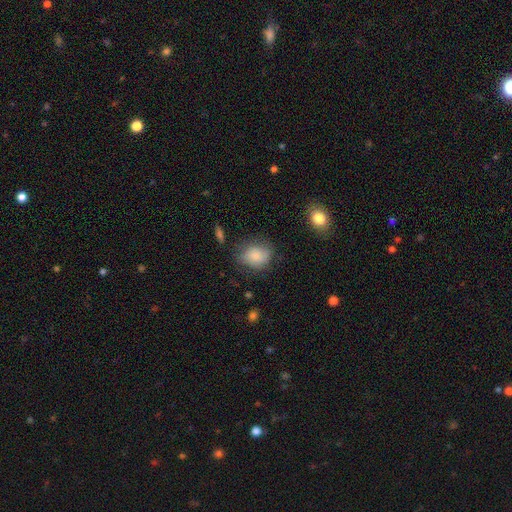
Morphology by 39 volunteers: Overall: smooth (85%). How rounded: in between (58%; round 42%). Merging: none (60%; minor disturbance 29%).